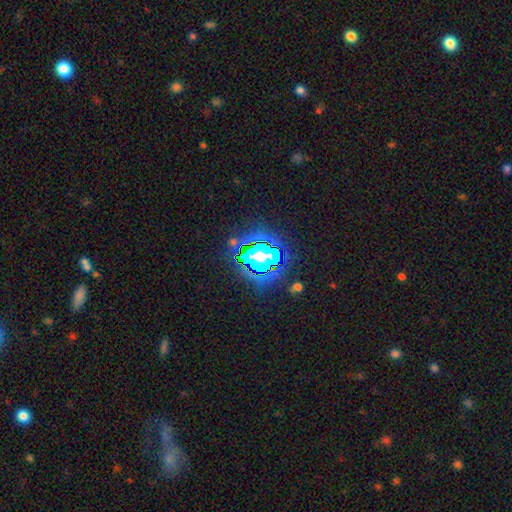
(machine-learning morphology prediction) Q: Smooth or featured?
A: star or artifact (82%); runner-up: smooth (11%)